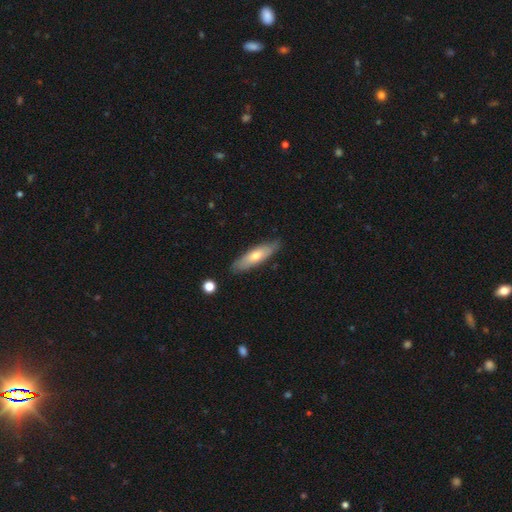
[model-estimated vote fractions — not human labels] Morphology: type=smooth (61%); roundness=cigar-shaped (66%); merging=none (84%).